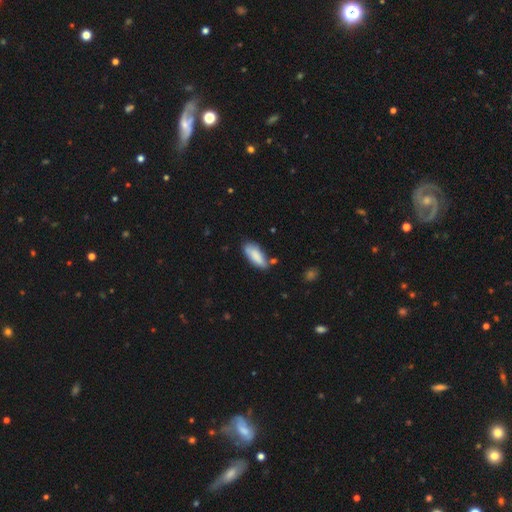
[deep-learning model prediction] smooth 83%, featured or disk 10%, star or artifact 6%. Down the decision tree: how rounded — in between (74%); merging — none (64%).